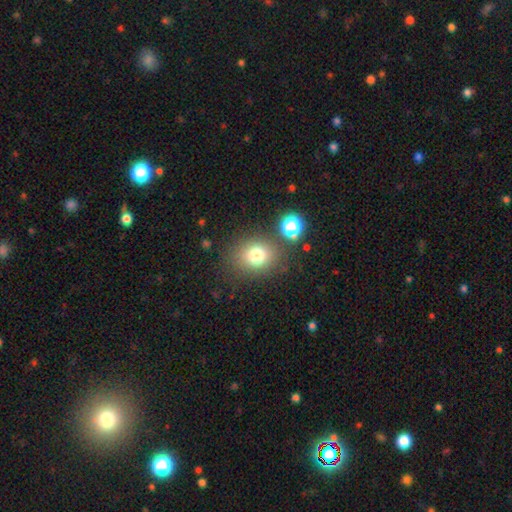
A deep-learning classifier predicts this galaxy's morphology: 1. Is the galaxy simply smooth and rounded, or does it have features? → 72% smooth, 18% star or artifact, 10% featured or disk.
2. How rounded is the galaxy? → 55% round, 44% in between, 1% cigar-shaped.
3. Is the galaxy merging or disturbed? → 78% none, 10% minor disturbance, 8% merger, 4% major disturbance.